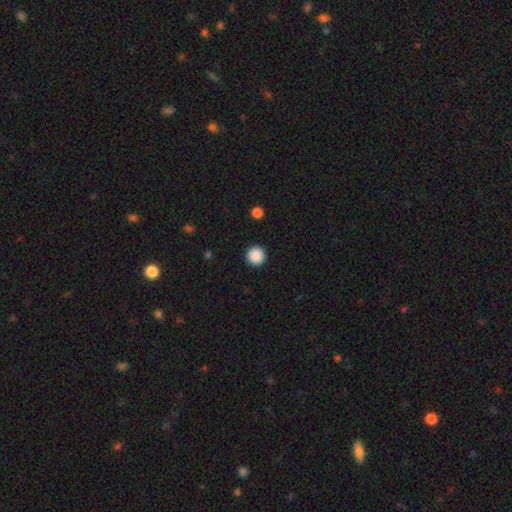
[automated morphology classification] Overall: smooth (89%). How rounded: round (96%). Merging: none (93%).